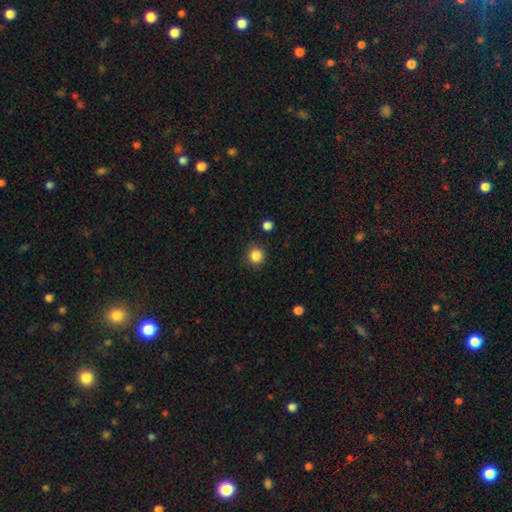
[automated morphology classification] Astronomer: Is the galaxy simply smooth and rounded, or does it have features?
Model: smooth — 86%.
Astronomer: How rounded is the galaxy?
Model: round — 94%.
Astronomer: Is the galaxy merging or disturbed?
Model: none — 89%.